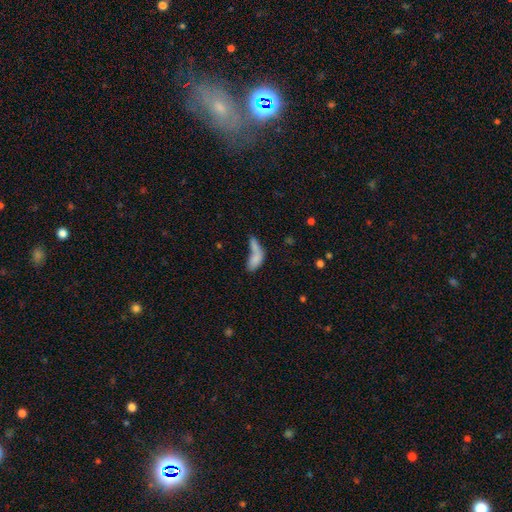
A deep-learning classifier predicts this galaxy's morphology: Smooth or featured? smooth (73%)
How rounded? in between (71%)
Merging? merger (50%)